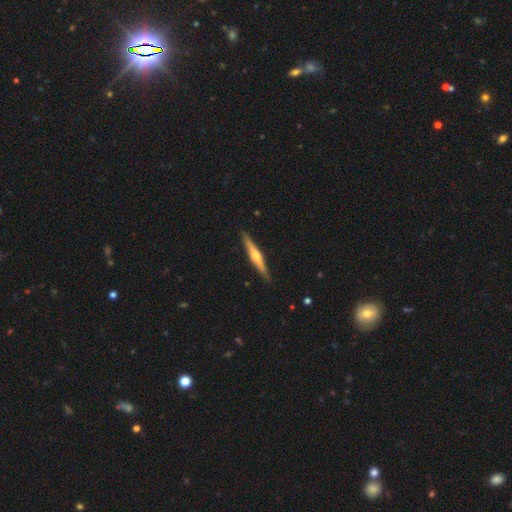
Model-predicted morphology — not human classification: type=featured or disk (71%); edge-on=yes (98%); edge-on bulge=rounded (87%); merging=none (90%).